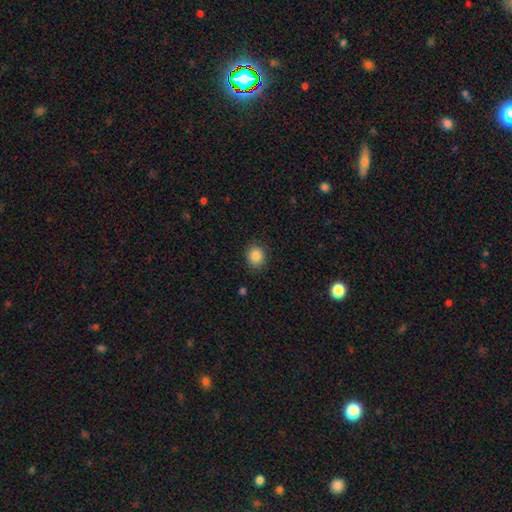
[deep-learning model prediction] A smooth galaxy with no disk features (87%) that is round (73%).

Vote fractions:
- Smooth or featured? smooth: 87% / star or artifact: 9% / featured or disk: 4%
- How rounded? round: 73% / in between: 26% / cigar-shaped: 1%
- Merging? none: 87% / minor disturbance: 9% / major disturbance: 3% / merger: 1%